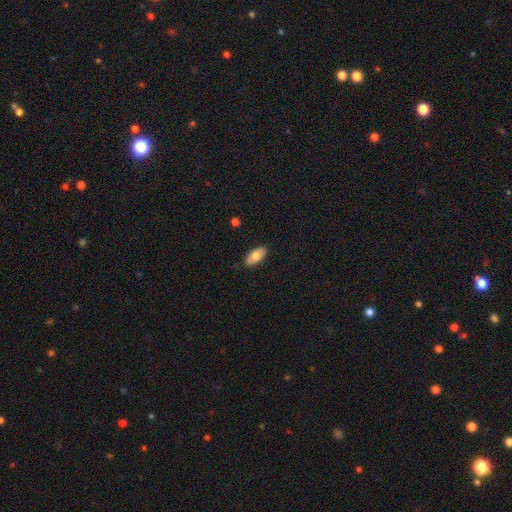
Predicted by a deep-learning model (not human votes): Overall: smooth (75%). How rounded: in between (90%). Merging: none (87%).